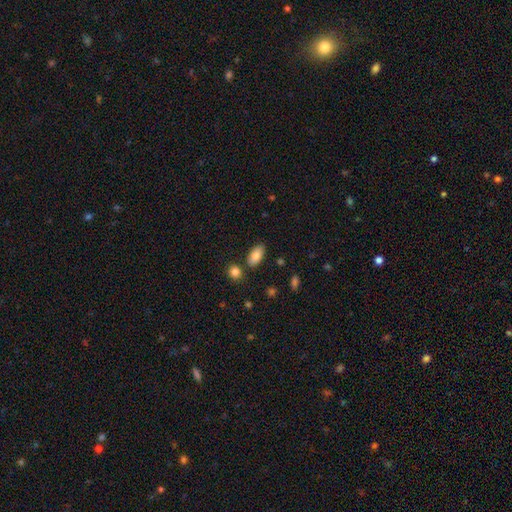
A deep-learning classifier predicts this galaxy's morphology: Q: Smooth or featured?
A: smooth (83%); runner-up: featured or disk (10%)
Q: How rounded?
A: in between (92%); runner-up: cigar-shaped (4%)
Q: Merging?
A: none (80%); runner-up: minor disturbance (11%)